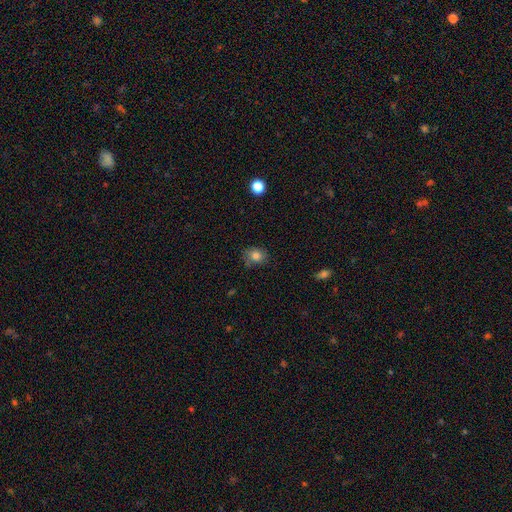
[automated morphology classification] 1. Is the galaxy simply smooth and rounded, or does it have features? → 81% smooth, 10% star or artifact, 8% featured or disk.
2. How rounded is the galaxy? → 53% round, 46% in between, 1% cigar-shaped.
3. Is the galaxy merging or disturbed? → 69% none, 23% minor disturbance, 6% major disturbance, 2% merger.